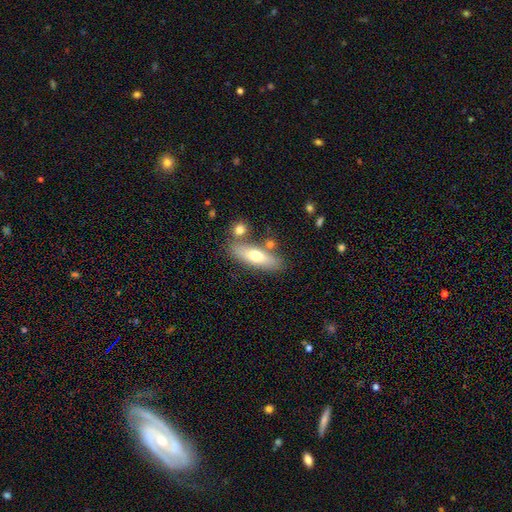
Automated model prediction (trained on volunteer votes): The model was most divided on "how rounded": in between: 52%, cigar-shaped: 45%, round: 3%. More confident: merging — none (70%); smooth or featured — smooth (62%).